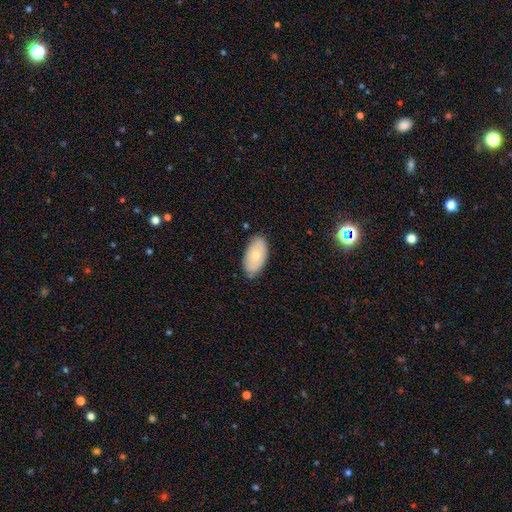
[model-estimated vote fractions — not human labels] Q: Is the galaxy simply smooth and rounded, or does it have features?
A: smooth — 73%.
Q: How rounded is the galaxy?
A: in between — 95%.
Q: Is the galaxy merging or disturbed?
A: none — 79%.